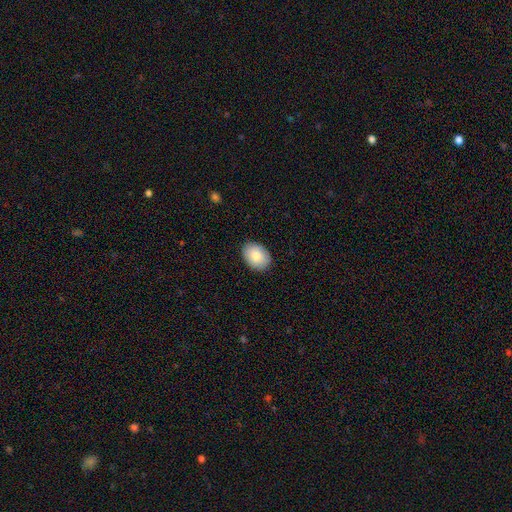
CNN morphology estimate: smooth_or_featured: smooth (p=0.82) [alt: featured or disk p=0.11]
how_rounded: in between (p=0.75) [alt: round p=0.24]
merging: none (p=0.88) [alt: minor disturbance p=0.09]